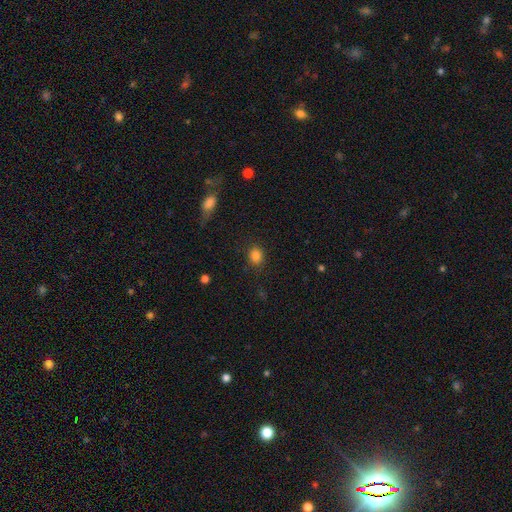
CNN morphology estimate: Overall: smooth (84%). How rounded: round (68%; in between 30%). Merging: none (84%).